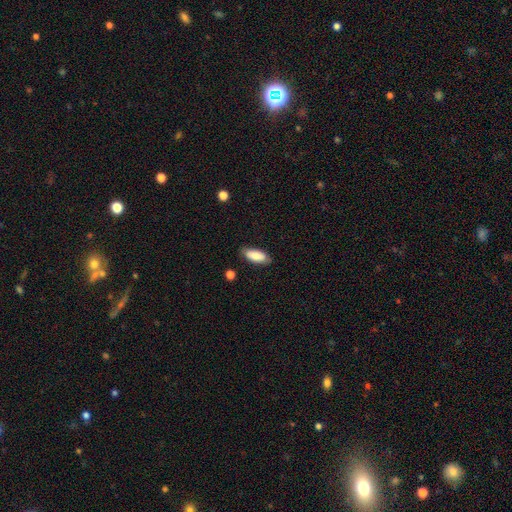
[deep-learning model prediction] smooth 85%, featured or disk 9%, star or artifact 6%. Down the decision tree: how rounded — in between (82%); merging — none (82%).